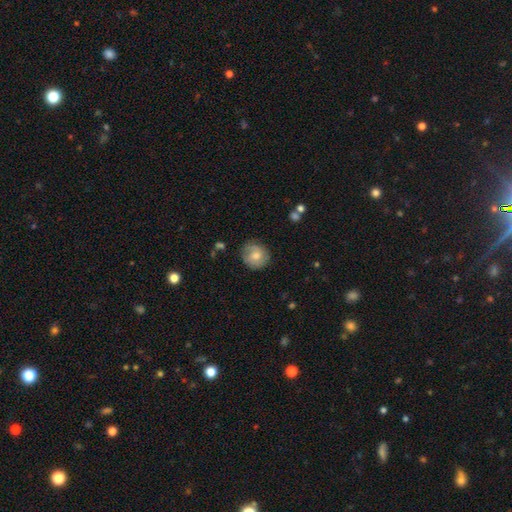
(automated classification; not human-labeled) smooth 54%, featured or disk 39%, star or artifact 7%. Down the decision tree: how rounded — round (86%); merging — none (78%).